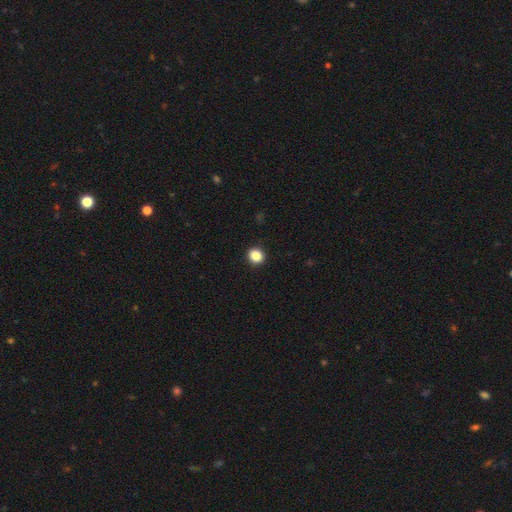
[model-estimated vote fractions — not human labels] Smooth or featured? Predicted: smooth (p=0.86). How rounded? Predicted: round (p=0.78). Merging? Predicted: none (p=0.92).